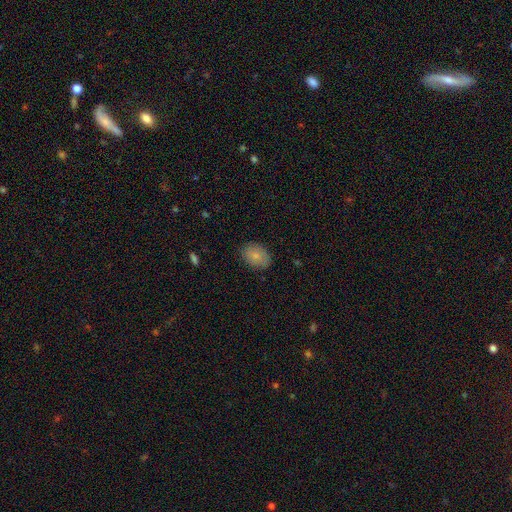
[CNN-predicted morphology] This is clearly a smooth galaxy (83%). How rounded: likely in between (76%). Merging: clearly none (85%).